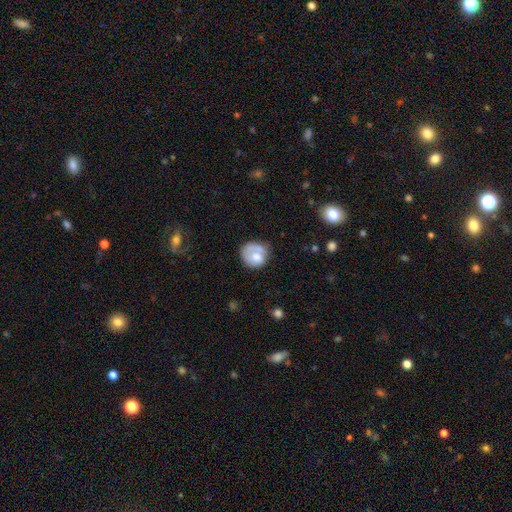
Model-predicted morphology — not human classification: A smooth galaxy with no disk features (62%) that is round (75%). Merging: none (45%).